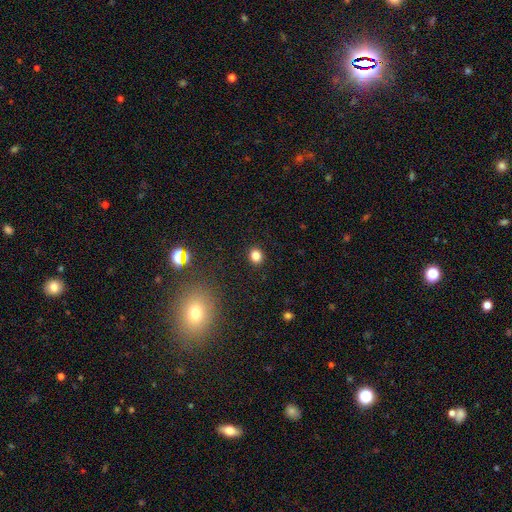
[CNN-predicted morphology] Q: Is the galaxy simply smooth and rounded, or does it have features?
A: smooth — 83%.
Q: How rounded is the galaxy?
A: round — 79%.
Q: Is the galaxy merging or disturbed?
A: none — 91%.